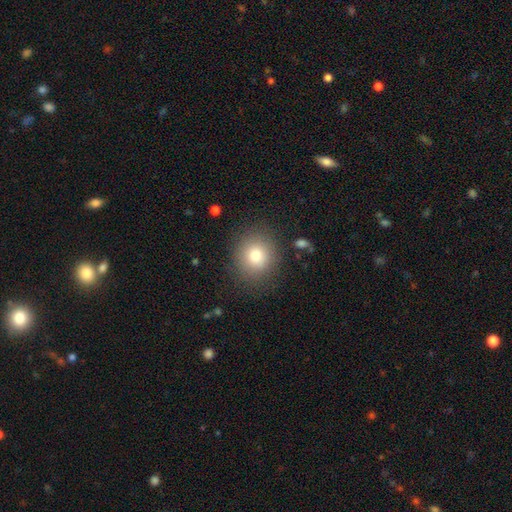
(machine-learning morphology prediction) Smooth or featured? Predicted: smooth (p=0.78). How rounded? Predicted: round (p=0.83). Merging? Predicted: none (p=0.85).